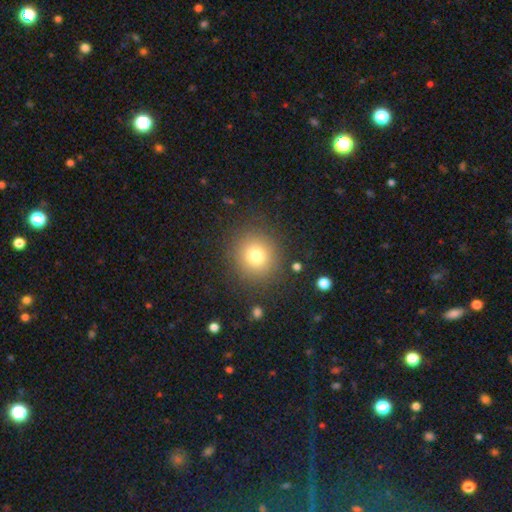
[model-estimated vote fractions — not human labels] This appears to be a smooth galaxy with no disk features (77%) that is round (88%). Merging: none (87%).